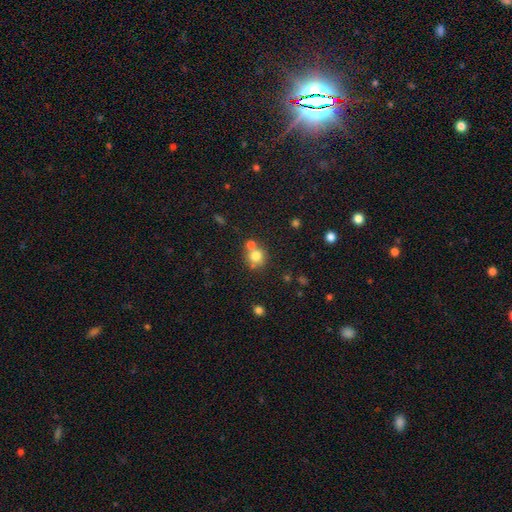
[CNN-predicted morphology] A smooth galaxy with no disk features (75%) that is round (87%). Merging: none (56%).